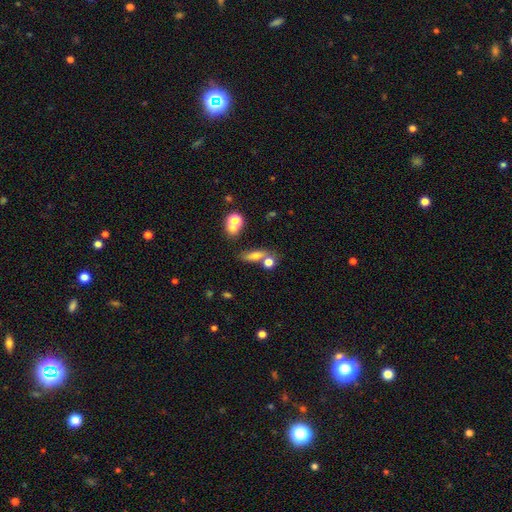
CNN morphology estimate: Smooth or featured: smooth — 63% (featured or disk — 23%)
How rounded: in between — 49% (cigar-shaped — 36%)
Merging: none — 53% (merger — 28%)